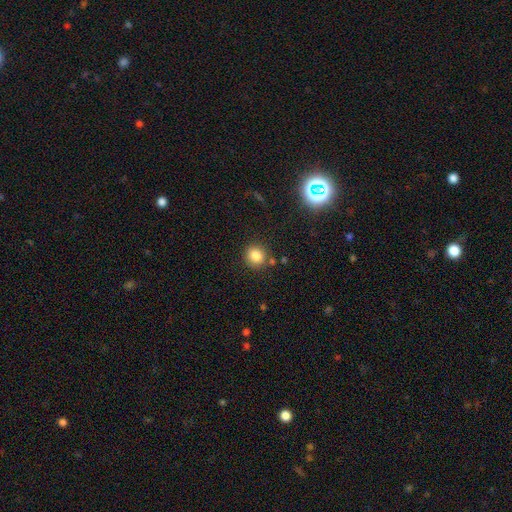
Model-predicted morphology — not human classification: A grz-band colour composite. It shows a smooth galaxy with no disk features (83%) that is round (84%). Merging: none (82%).